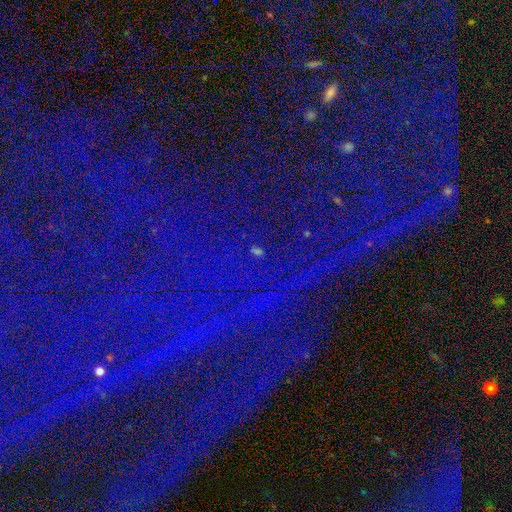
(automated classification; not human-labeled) Smooth or featured?
  - star or artifact: 85% *
  - featured or disk: 8%
  - smooth: 7%